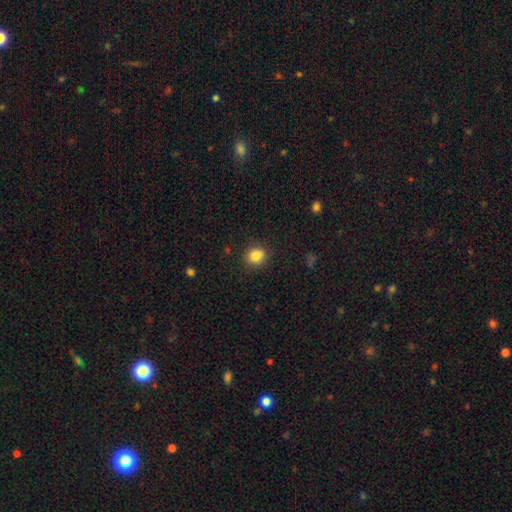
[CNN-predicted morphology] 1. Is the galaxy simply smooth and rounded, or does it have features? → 82% smooth, 11% star or artifact, 7% featured or disk.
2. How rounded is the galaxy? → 78% round, 21% in between, 1% cigar-shaped.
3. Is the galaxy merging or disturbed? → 80% none, 13% minor disturbance, 5% merger, 3% major disturbance.